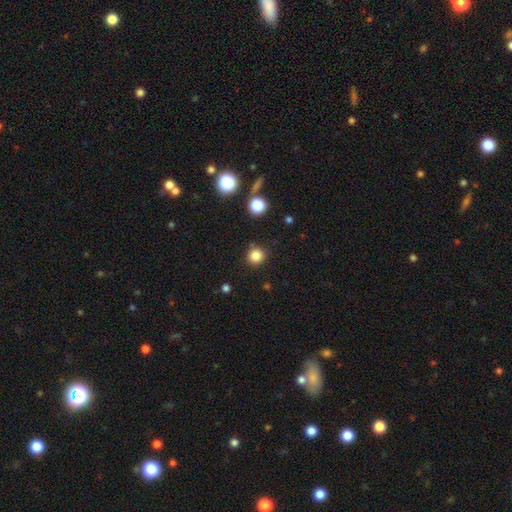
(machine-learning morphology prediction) Smooth or featured? smooth (83%)
How rounded? round (93%)
Merging? none (87%)